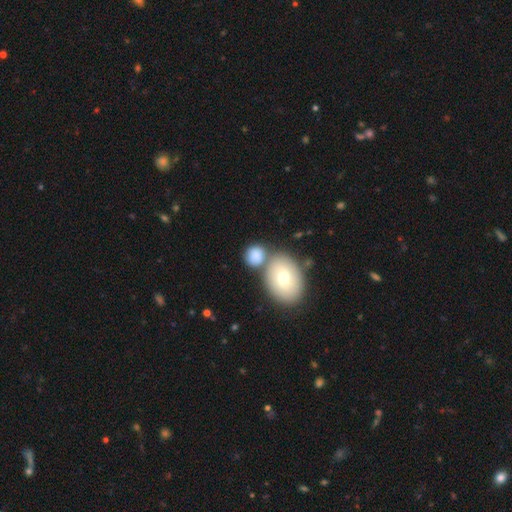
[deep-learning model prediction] This appears to be a smooth galaxy with no disk features (79%) that is round (67%). Merging: none (52%).